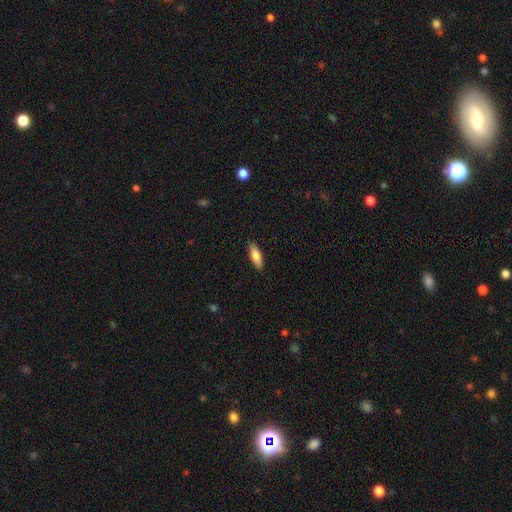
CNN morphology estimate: This appears to be a smooth galaxy with no disk features (75%) that is in between round and cigar-shaped (57%). Merging: none (89%).